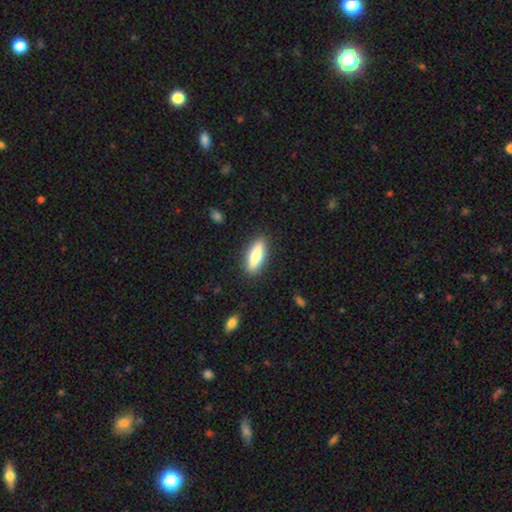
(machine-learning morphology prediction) A smooth galaxy with no disk features (70%) that is cigar-shaped (52%). Merging: none (88%).